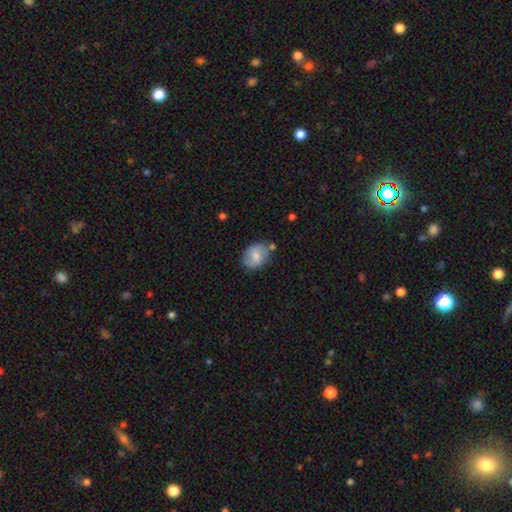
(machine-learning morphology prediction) Smooth or featured?
  - smooth: 69% *
  - featured or disk: 24%
  - star or artifact: 7%
How rounded?
  - in between: 62% *
  - round: 37%
  - cigar-shaped: 1%
Merging?
  - none: 68% *
  - minor disturbance: 21%
  - merger: 7%
  - major disturbance: 5%